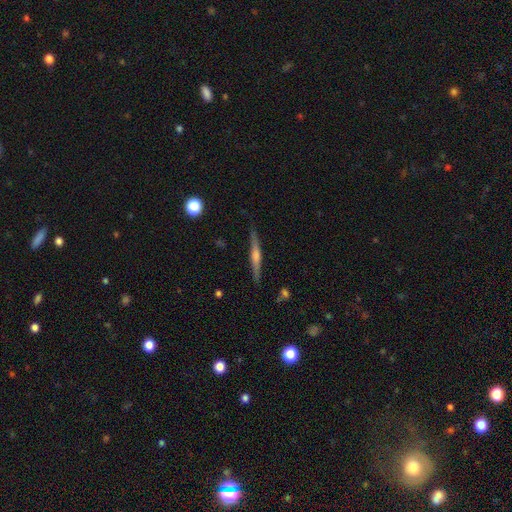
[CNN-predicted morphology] featured or disk 74%, smooth 19%, star or artifact 6%. Down the decision tree: edge-on disk — yes (98%); edge-on bulge — rounded (80%); merging — none (90%).